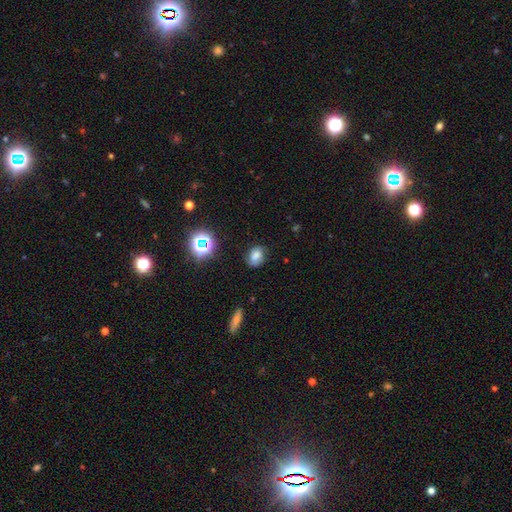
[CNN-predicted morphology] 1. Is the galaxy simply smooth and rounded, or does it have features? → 65% smooth, 18% featured or disk, 17% star or artifact.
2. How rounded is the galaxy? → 58% in between, 41% round, 1% cigar-shaped.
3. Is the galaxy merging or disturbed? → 69% none, 22% minor disturbance, 6% major disturbance, 2% merger.